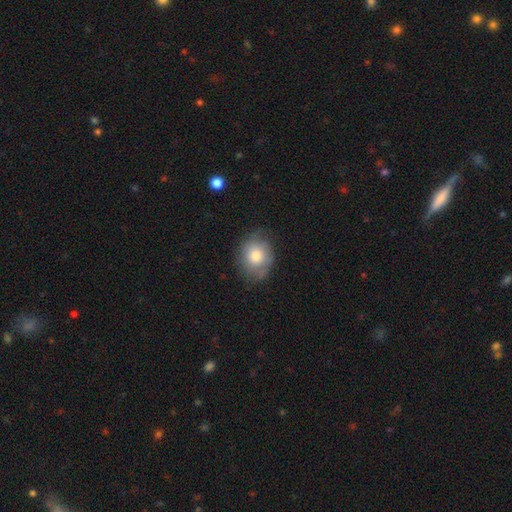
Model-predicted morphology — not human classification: smooth 71%, featured or disk 21%, star or artifact 8%. Down the decision tree: how rounded — round (56%); merging — none (69%).